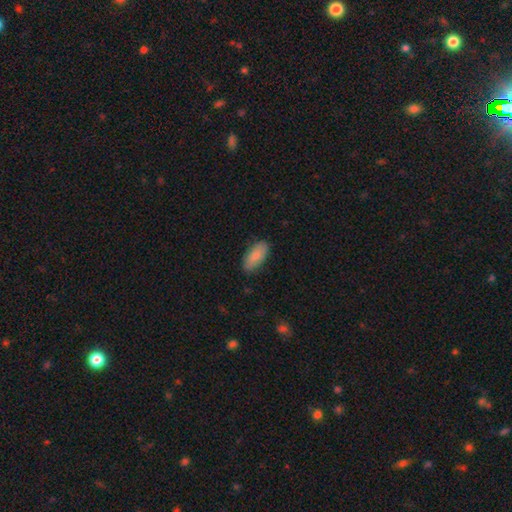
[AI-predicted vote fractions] Morphology: type=smooth (86%); roundness=in between (88%); merging=none (86%).